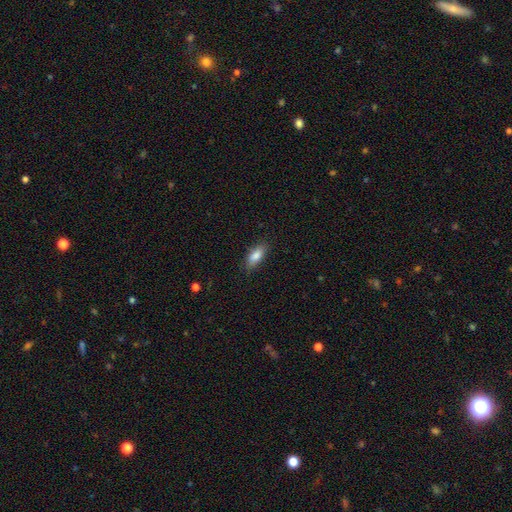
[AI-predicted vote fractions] smooth 84%, featured or disk 9%, star or artifact 7%. Down the decision tree: how rounded — in between (80%); merging — none (84%).